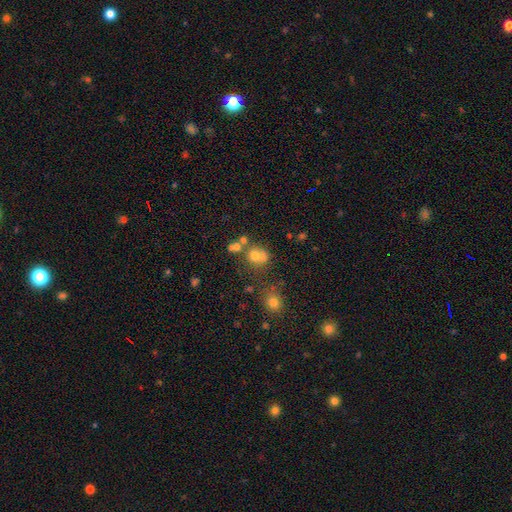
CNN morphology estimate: type=smooth (66%); roundness=round (76%); merging=none (41%).